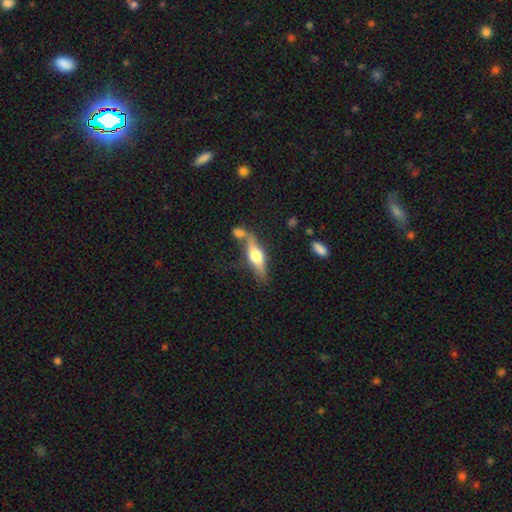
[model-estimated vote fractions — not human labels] Smooth or featured? featured or disk (53%)
Edge-on disk? yes (87%)
Merging? none (55%)